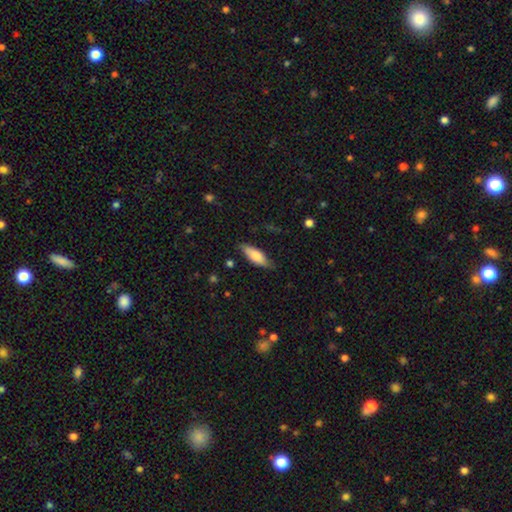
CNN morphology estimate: A smooth galaxy with no disk features (75%) that is in between round and cigar-shaped (71%).

Vote fractions:
- Smooth or featured? smooth: 75% / featured or disk: 19% / star or artifact: 6%
- How rounded? in between: 71% / cigar-shaped: 27% / round: 2%
- Merging? none: 76% / minor disturbance: 19% / major disturbance: 3% / merger: 1%